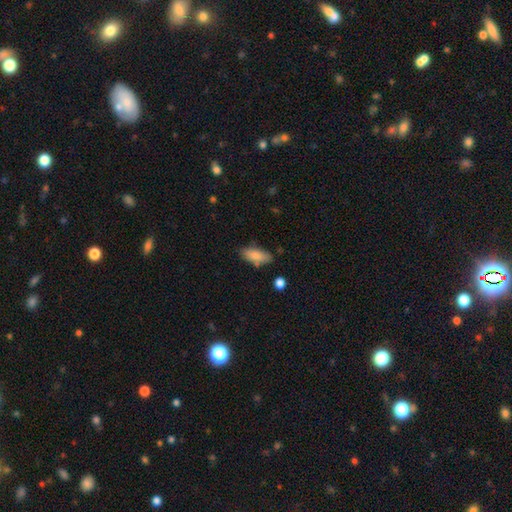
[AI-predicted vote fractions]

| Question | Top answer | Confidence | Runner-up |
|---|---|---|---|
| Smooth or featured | smooth | 83% | featured or disk (11%) |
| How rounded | in between | 82% | cigar-shaped (15%) |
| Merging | none | 76% | minor disturbance (16%) |